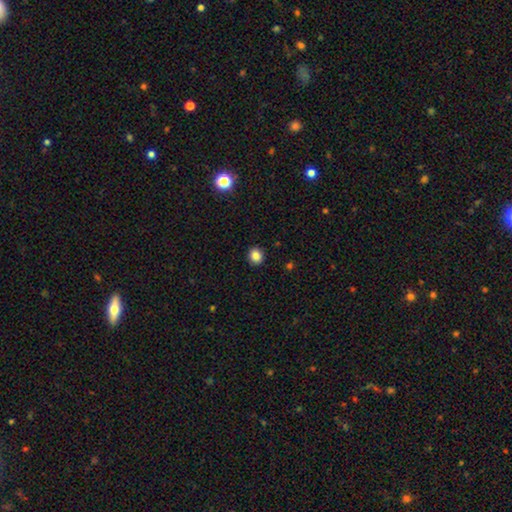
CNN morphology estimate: The model was most divided on "how rounded": round: 79%, in between: 20%, cigar-shaped: 1%. More confident: merging — none (91%); smooth or featured — smooth (84%).